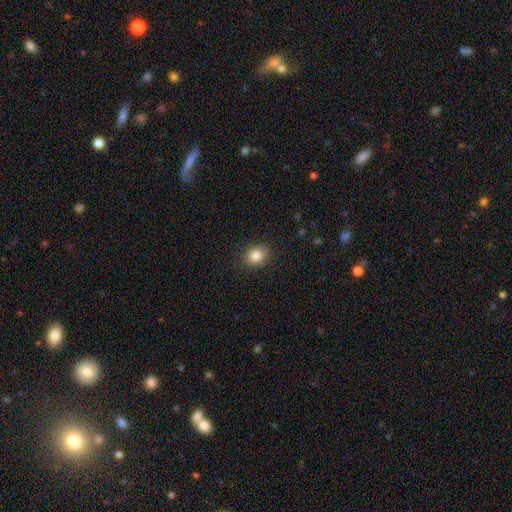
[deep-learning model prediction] A smooth galaxy with no disk features (83%) that is round (62%). Merging: none (89%).